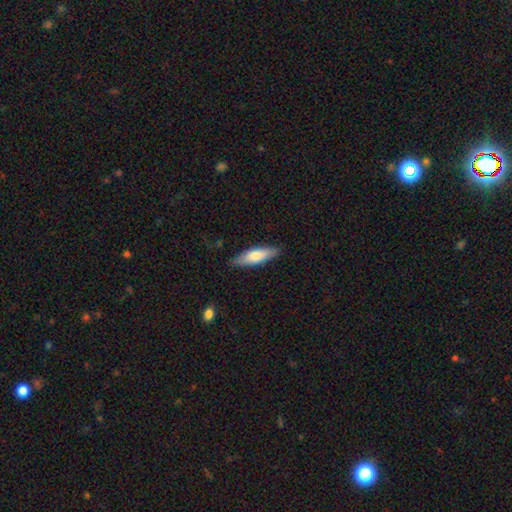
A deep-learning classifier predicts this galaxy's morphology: This is likely a smooth galaxy (74%). How rounded: possibly cigar-shaped (51%). Merging: clearly none (83%).